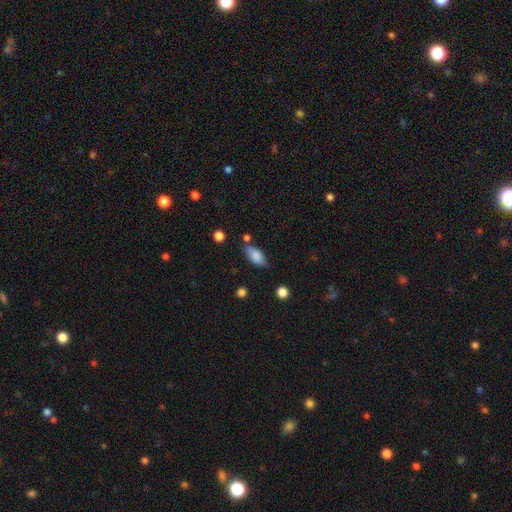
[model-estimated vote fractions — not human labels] smooth_or_featured: smooth (p=0.79) [alt: featured or disk p=0.13]
how_rounded: in between (p=0.87) [alt: cigar-shaped p=0.10]
merging: none (p=0.68) [alt: minor disturbance p=0.20]